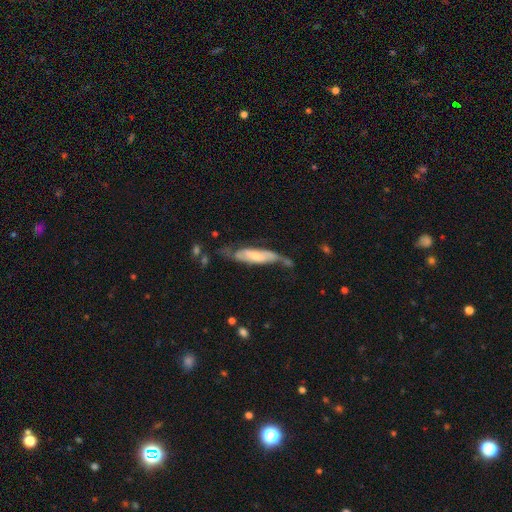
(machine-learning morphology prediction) Q: Smooth or featured?
A: featured or disk (55%); runner-up: smooth (39%)
Q: Edge-on disk?
A: no (66%); runner-up: yes (34%)
Q: Merging?
A: none (40%); runner-up: minor disturbance (29%)